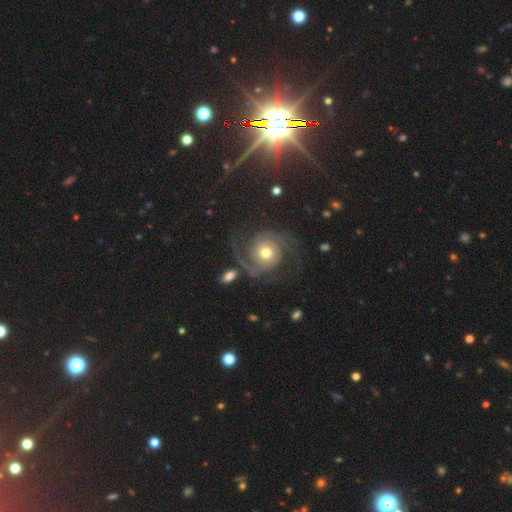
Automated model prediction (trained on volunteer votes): A featured or disk galaxy (59%) with no bar (74%), spiral arms (89%) and a moderate central bulge (58%). Merging: none (74%).